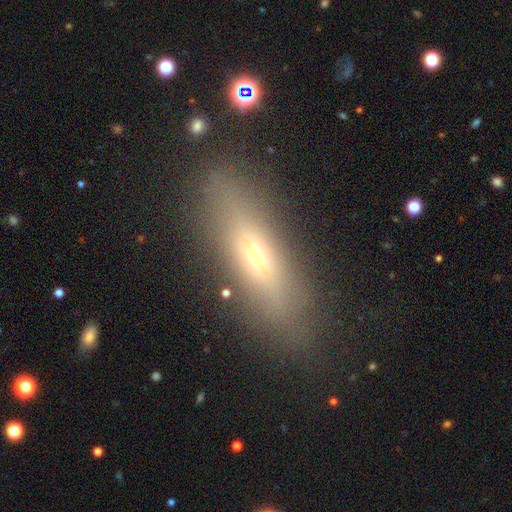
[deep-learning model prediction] A smooth galaxy with no disk features (46%). Merging: none (78%).